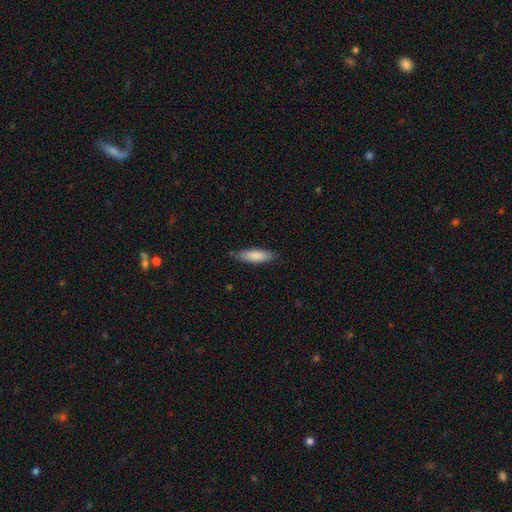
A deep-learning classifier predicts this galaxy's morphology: Smooth or featured? Predicted: smooth (p=0.82). How rounded? Predicted: cigar-shaped (p=0.57). Merging? Predicted: none (p=0.81).